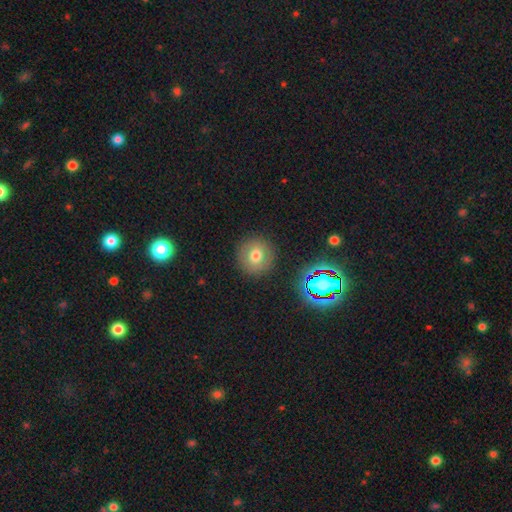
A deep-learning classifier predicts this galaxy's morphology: A smooth galaxy with no disk features (71%) that is round (92%).

Vote fractions:
- Smooth or featured? smooth: 71% / featured or disk: 15% / star or artifact: 14%
- How rounded? round: 92% / in between: 7% / cigar-shaped: 1%
- Merging? none: 88% / minor disturbance: 7% / major disturbance: 3% / merger: 2%